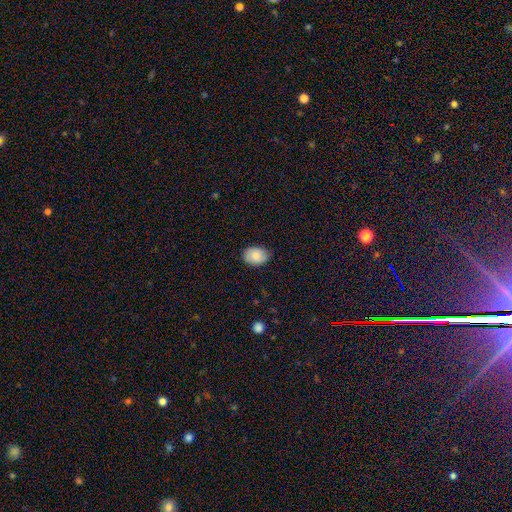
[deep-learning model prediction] This is clearly a smooth galaxy (82%). How rounded: likely in between (75%). Merging: likely none (80%).